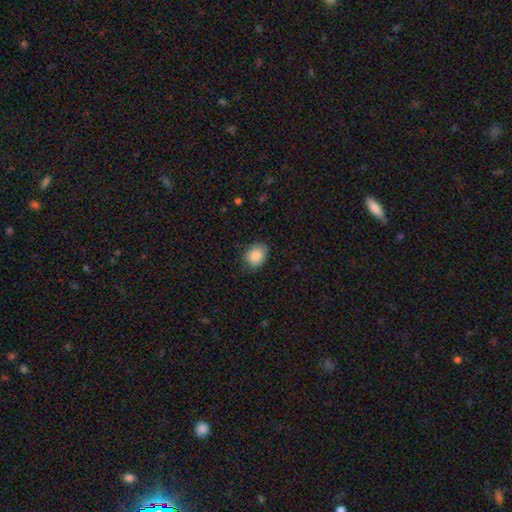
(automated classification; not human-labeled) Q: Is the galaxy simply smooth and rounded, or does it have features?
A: smooth — 87%.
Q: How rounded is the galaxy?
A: in between — 56%.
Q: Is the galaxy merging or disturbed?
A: none — 78%.